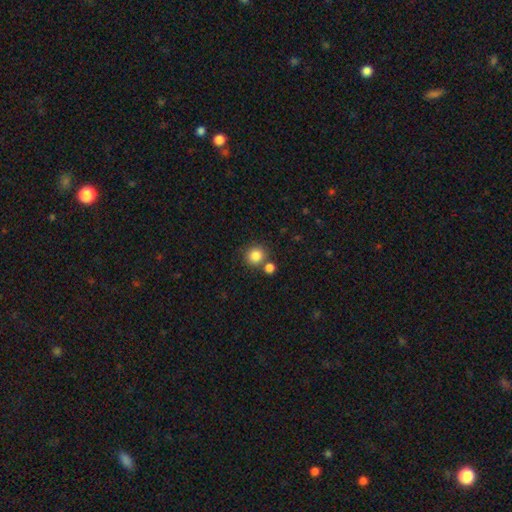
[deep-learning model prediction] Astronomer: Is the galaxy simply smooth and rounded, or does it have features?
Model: smooth — 85%.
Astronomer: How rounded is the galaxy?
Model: round — 89%.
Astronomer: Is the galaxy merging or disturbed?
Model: none — 70%.